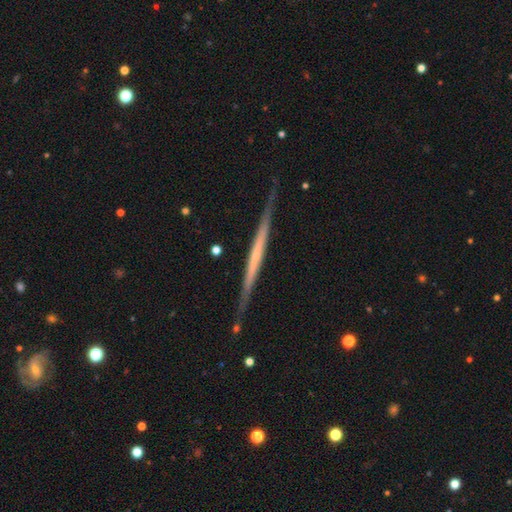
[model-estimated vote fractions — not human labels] smooth-or-featured: featured or disk: 70% | smooth: 25% | star or artifact: 5%
  disk-edge-on: yes: 97% | no: 3%
    edge-on-bulge: none: 83% | rounded: 10% | boxy: 7%
  merging: none: 85% | minor disturbance: 11% | major disturbance: 2% | merger: 2%